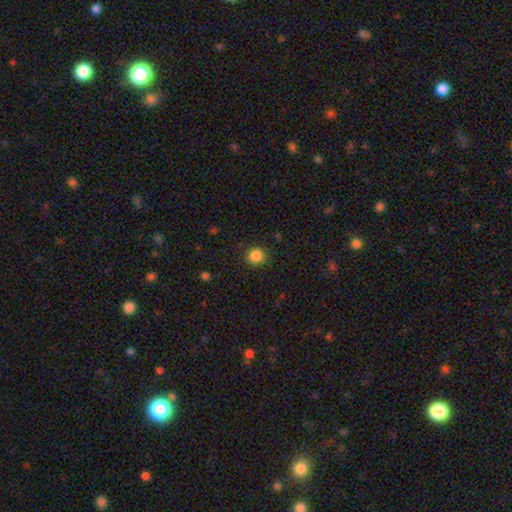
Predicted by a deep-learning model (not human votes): Smooth or featured: smooth — 86% (star or artifact — 11%)
How rounded: round — 90% (in between — 9%)
Merging: none — 89% (minor disturbance — 8%)